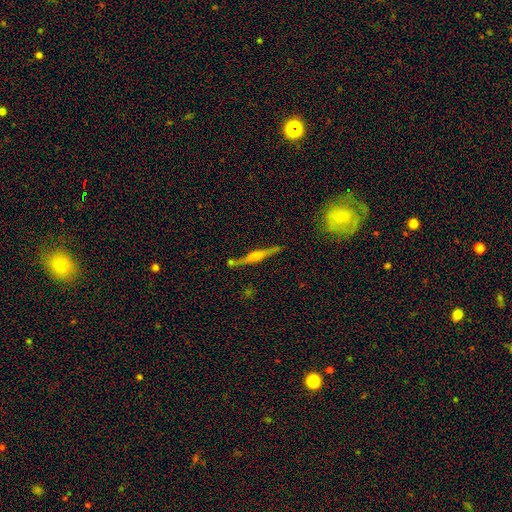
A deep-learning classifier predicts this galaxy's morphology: The model was most divided on "smooth or featured": featured or disk: 82%, smooth: 12%, star or artifact: 6%. More confident: edge-on disk — yes (97%); merging — none (86%); edge-on bulge — rounded (85%).